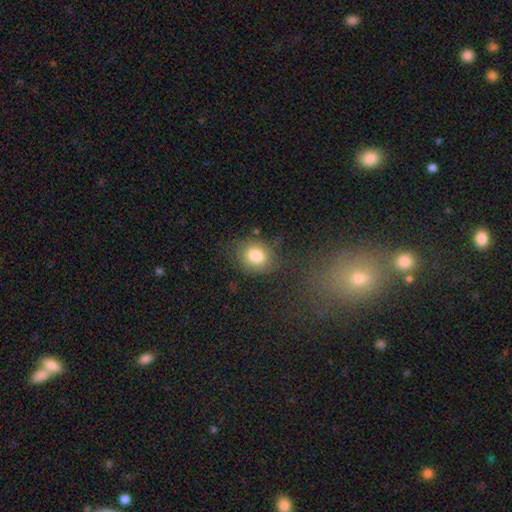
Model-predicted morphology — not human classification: This appears to be a smooth galaxy with no disk features (81%) that is round (51%). Merging: none (67%).